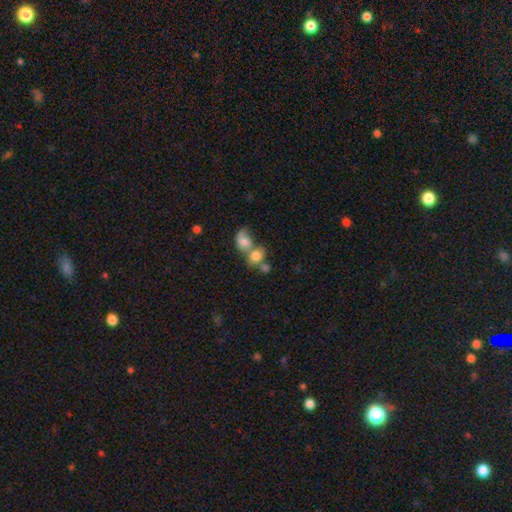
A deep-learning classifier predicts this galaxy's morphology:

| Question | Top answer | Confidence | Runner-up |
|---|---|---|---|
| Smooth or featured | smooth | 75% | featured or disk (15%) |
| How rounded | round | 63% | in between (35%) |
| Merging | merger | 63% | none (24%) |